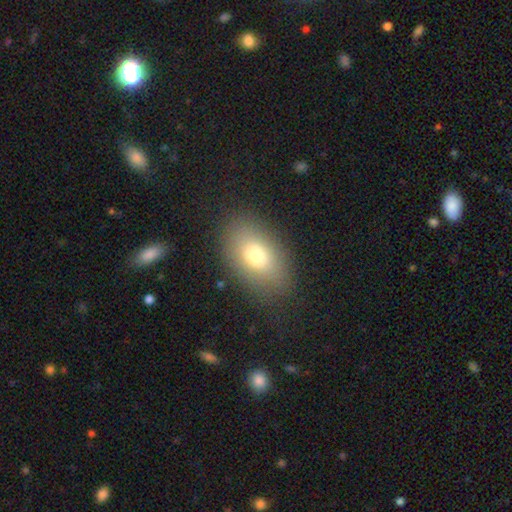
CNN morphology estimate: Q: Smooth or featured?
A: smooth (76%); runner-up: featured or disk (14%)
Q: How rounded?
A: in between (88%); runner-up: round (11%)
Q: Merging?
A: none (82%); runner-up: minor disturbance (12%)